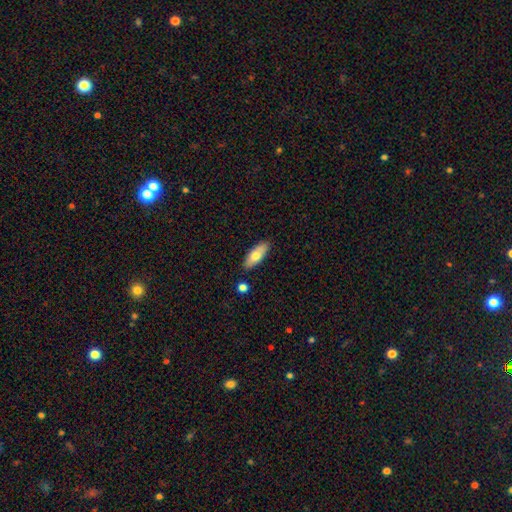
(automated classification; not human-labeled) The model was most divided on "smooth or featured": smooth: 71%, featured or disk: 22%, star or artifact: 6%. More confident: merging — none (86%); how rounded — in between (74%).